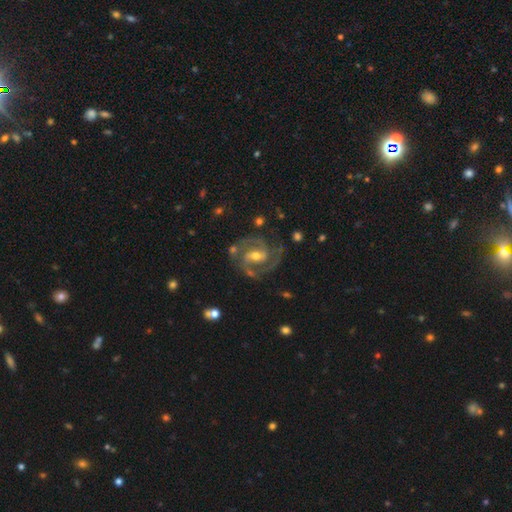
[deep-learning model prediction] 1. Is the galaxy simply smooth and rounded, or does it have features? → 91% featured or disk, 5% star or artifact, 4% smooth.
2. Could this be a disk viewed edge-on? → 98% no, 2% yes.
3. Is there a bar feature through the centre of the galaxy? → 46% weak, 32% strong, 22% no.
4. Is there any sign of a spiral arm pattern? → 98% yes, 2% no.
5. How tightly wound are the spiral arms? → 51% medium, 42% tight, 7% loose.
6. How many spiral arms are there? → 78% 2, 12% 3, 4% can't tell, 2% 4, 2% 1, 2% more than 4.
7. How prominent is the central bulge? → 56% moderate, 39% small, 3% large, 1% none, 1% dominant.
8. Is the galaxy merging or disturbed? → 76% none, 14% minor disturbance, 6% major disturbance, 3% merger.